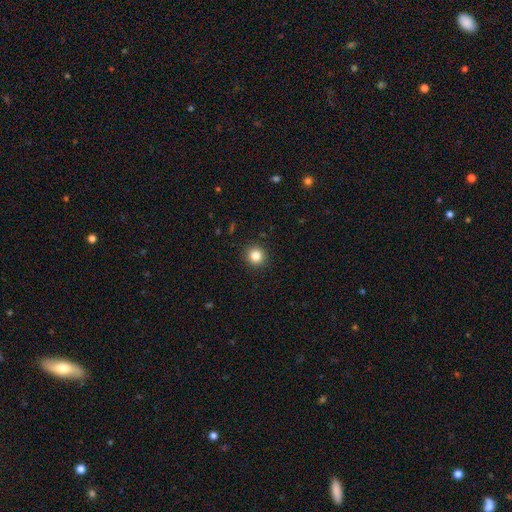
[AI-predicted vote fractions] Q: Smooth or featured?
A: smooth (83%); runner-up: star or artifact (12%)
Q: How rounded?
A: round (93%); runner-up: in between (6%)
Q: Merging?
A: none (92%); runner-up: minor disturbance (5%)